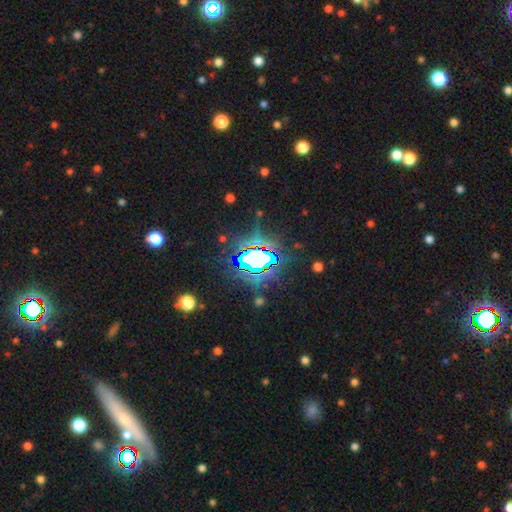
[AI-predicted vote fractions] smooth_or_featured: star or artifact (p=0.72) [alt: smooth p=0.16]